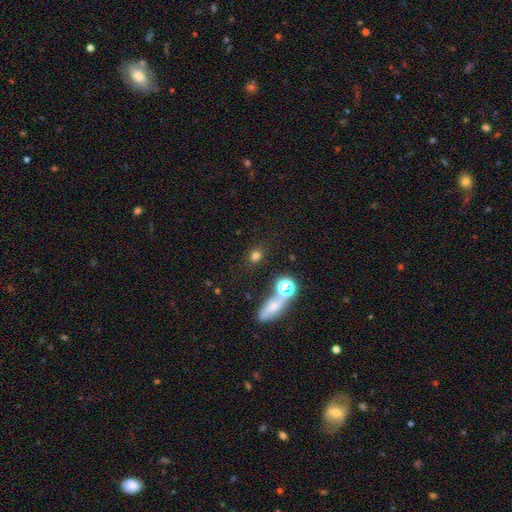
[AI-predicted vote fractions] Smooth or featured? Predicted: smooth (p=0.70). How rounded? Predicted: round (p=0.62). Merging? Predicted: none (p=0.75).